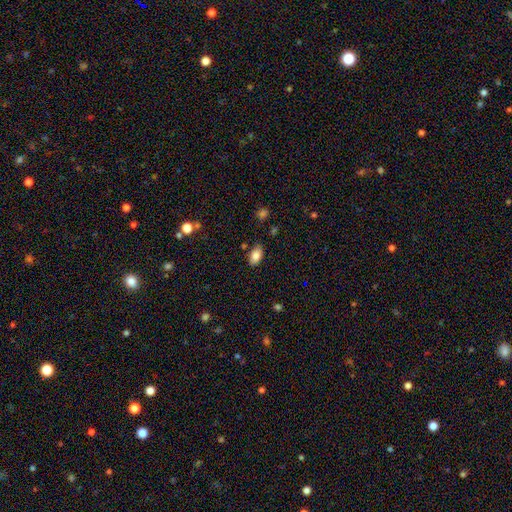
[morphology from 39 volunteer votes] A smooth galaxy with no disk features (97%) that is in between round and cigar-shaped (87%).

Vote fractions:
- Smooth or featured? smooth: 97% / star or artifact: 3% / featured or disk: 0%
- How rounded? in between: 87% / round: 11% / cigar-shaped: 3%
- Merging? none: 87% / minor disturbance: 11% / merger: 3% / major disturbance: 0%